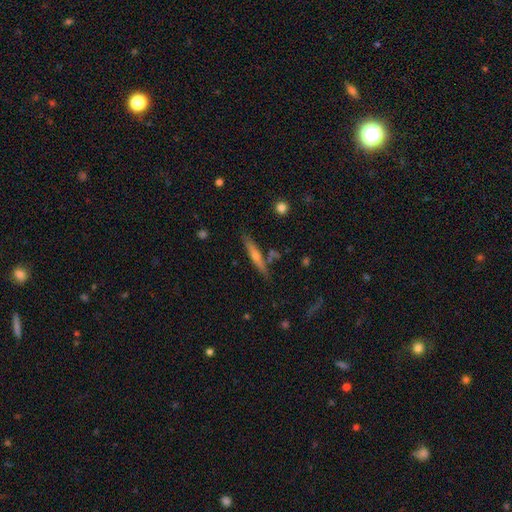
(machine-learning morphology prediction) Overall: featured or disk (54%; smooth 39%). Edge-on disk: yes (93%). Edge-on bulge: rounded (71%). Merging: none (81%).